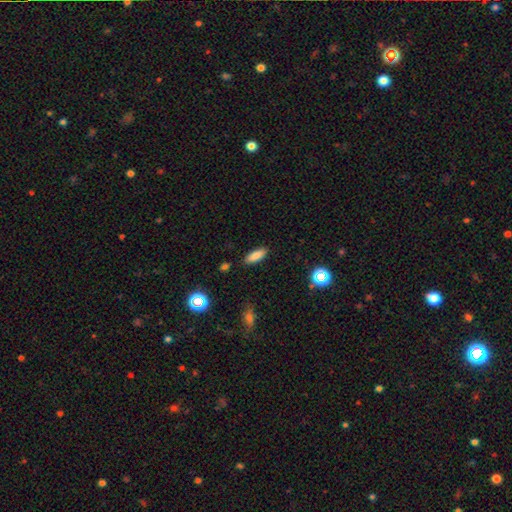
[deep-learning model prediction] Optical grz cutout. It shows a smooth galaxy with no disk features (83%) that is in between round and cigar-shaped (69%). Merging: none (88%).